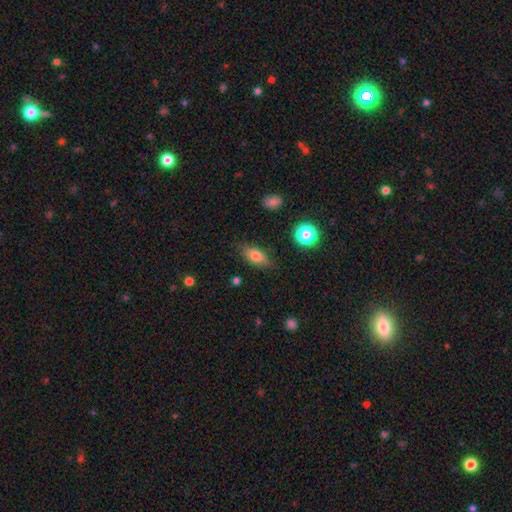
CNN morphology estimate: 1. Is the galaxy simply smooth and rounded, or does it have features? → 76% smooth, 14% featured or disk, 9% star or artifact.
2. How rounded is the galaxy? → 83% in between, 9% cigar-shaped, 8% round.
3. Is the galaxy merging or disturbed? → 81% none, 14% minor disturbance, 3% major disturbance, 2% merger.